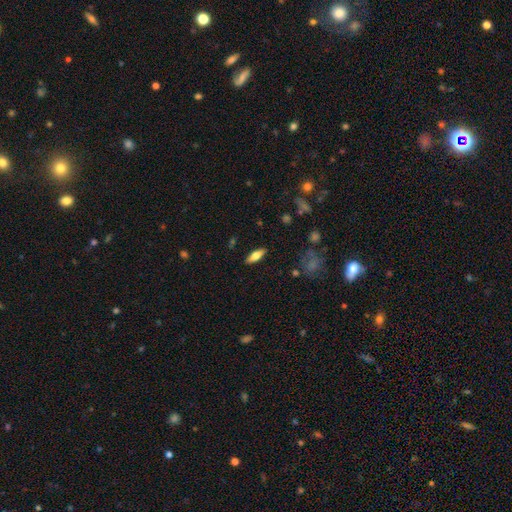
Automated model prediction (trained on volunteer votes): smooth 58%, featured or disk 34%, star or artifact 7%. Down the decision tree: how rounded — in between (62%); merging — none (88%).